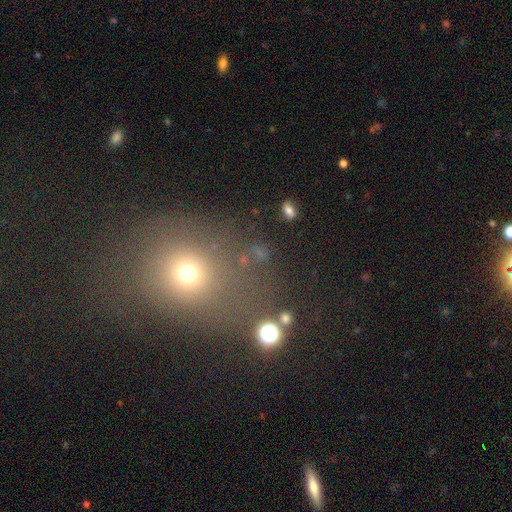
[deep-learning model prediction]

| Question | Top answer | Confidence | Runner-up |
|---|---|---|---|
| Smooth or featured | smooth | 57% | star or artifact (32%) |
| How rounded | round | 71% | in between (27%) |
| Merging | none | 69% | minor disturbance (13%) |